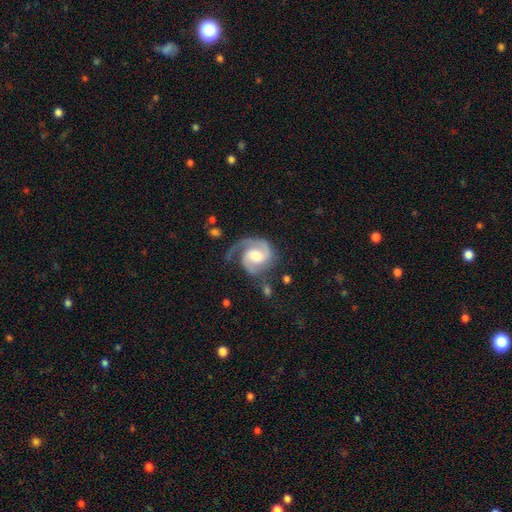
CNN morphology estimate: Smooth or featured? featured or disk (89%)
Edge-on disk? no (98%)
Bar? no (44%)
Spiral arms? yes (98%)
Spiral winding? medium (46%)
Spiral arm count? 2 (70%)
Bulge size? moderate (52%)
Merging? none (60%)